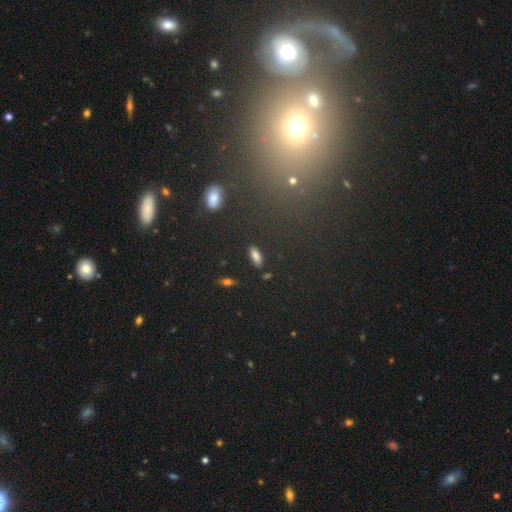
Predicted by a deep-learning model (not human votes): This appears to be a smooth galaxy with no disk features (81%) that is in between round and cigar-shaped (76%). Merging: none (85%).